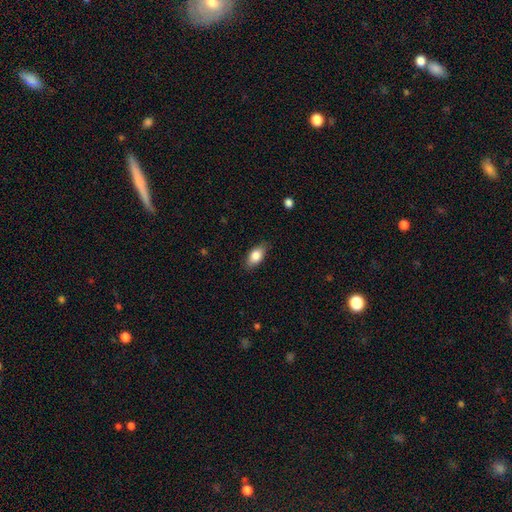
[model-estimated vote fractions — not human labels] This is clearly a smooth galaxy (82%). How rounded: clearly in between (88%). Merging: clearly none (82%).